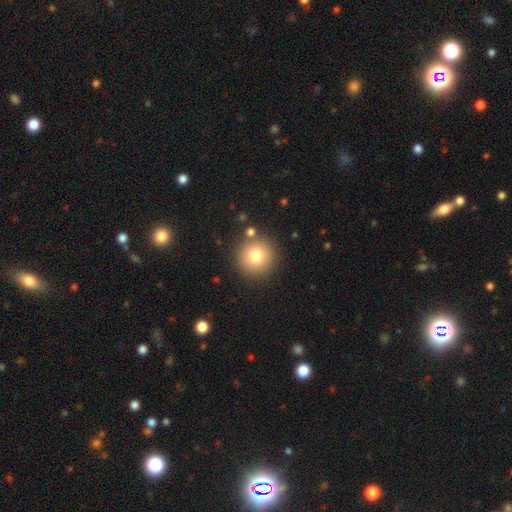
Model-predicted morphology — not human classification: Smooth or featured: smooth — 79% (star or artifact — 11%)
How rounded: round — 95% (in between — 4%)
Merging: none — 85% (minor disturbance — 7%)